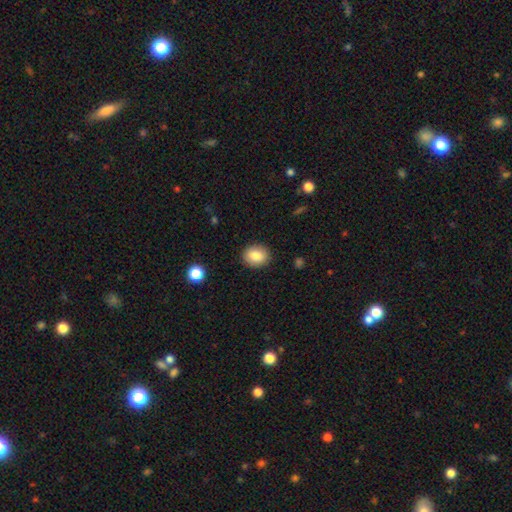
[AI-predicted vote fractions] The model was most divided on "how rounded": round: 59%, in between: 40%, cigar-shaped: 1%. More confident: merging — none (89%); smooth or featured — smooth (85%).